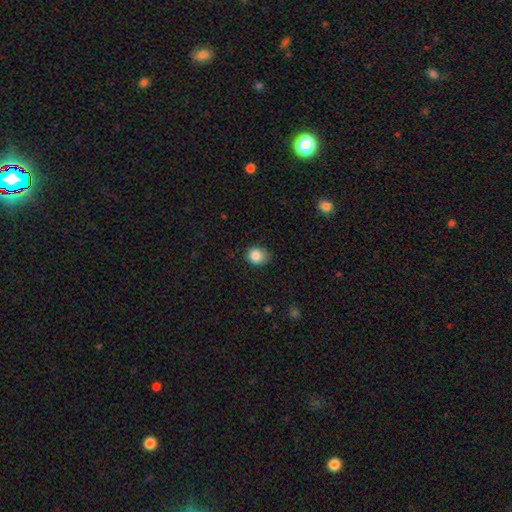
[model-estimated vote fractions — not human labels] Smooth or featured? smooth (86%)
How rounded? round (71%)
Merging? none (67%)